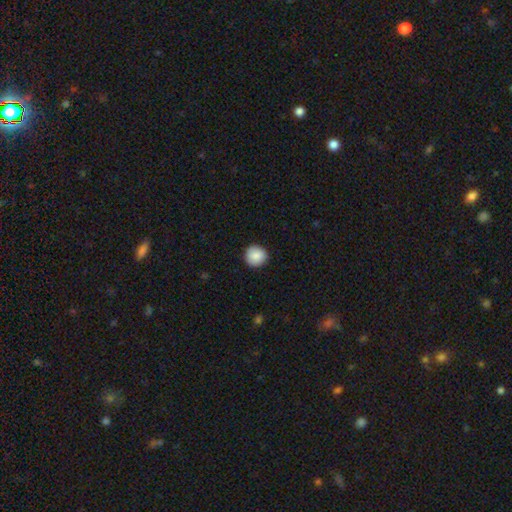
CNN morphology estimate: smooth_or_featured: smooth (p=0.88) [alt: star or artifact p=0.07]
how_rounded: round (p=0.94) [alt: in between p=0.05]
merging: none (p=0.91) [alt: minor disturbance p=0.07]